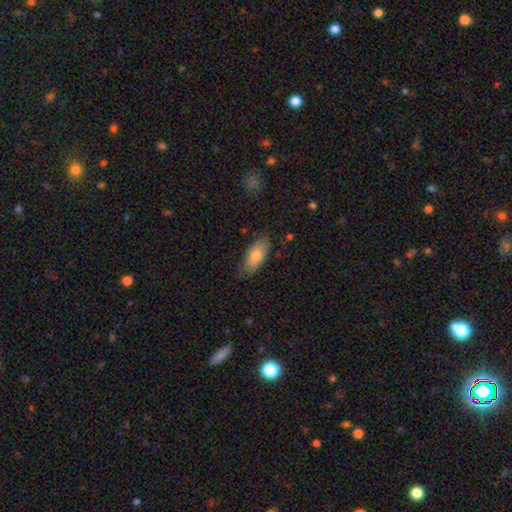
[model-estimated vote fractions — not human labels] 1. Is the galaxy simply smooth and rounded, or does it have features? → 77% smooth, 17% featured or disk, 6% star or artifact.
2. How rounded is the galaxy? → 86% in between, 12% cigar-shaped, 2% round.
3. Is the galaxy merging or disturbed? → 78% none, 18% minor disturbance, 3% major disturbance, 1% merger.